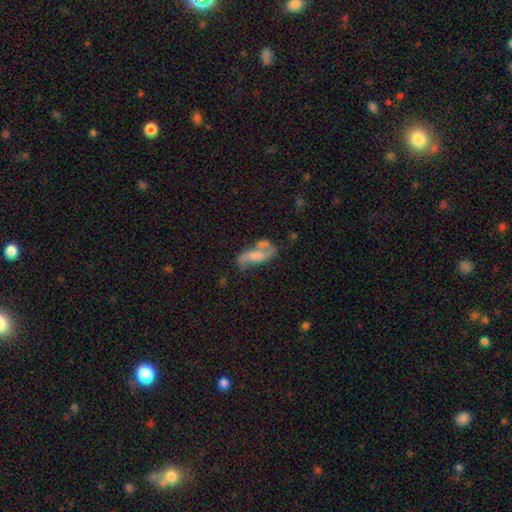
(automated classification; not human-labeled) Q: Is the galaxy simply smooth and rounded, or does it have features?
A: featured or disk — 53%.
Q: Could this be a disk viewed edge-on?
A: no — 89%.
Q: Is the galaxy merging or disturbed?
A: none — 37%.